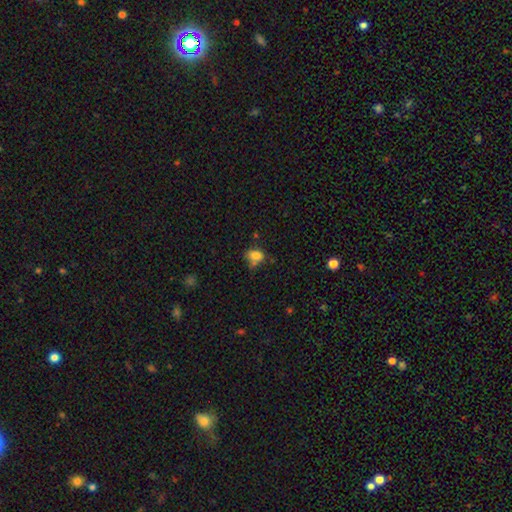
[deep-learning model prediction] Overall: smooth (79%). How rounded: in between (71%). Merging: none (50%; minor disturbance 25%).